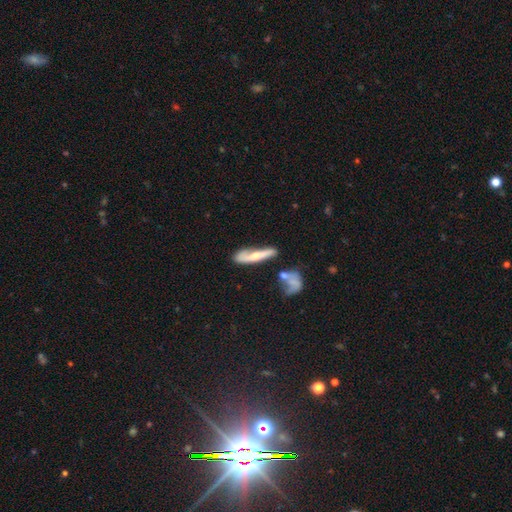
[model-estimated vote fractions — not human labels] Overall: smooth (47%, tied with featured or disk). Merging: none (50%; minor disturbance 25%).